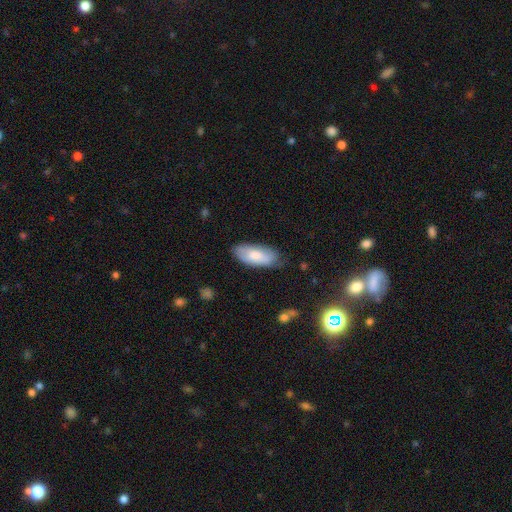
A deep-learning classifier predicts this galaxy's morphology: Smooth or featured? Predicted: smooth (p=0.74). How rounded? Predicted: in between (p=0.87). Merging? Predicted: none (p=0.69).